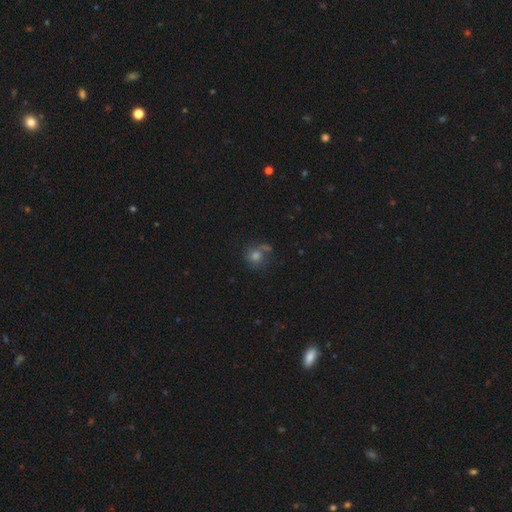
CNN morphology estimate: Smooth or featured: smooth — 65% (star or artifact — 19%)
How rounded: round — 84% (in between — 15%)
Merging: none — 56% (minor disturbance — 17%)